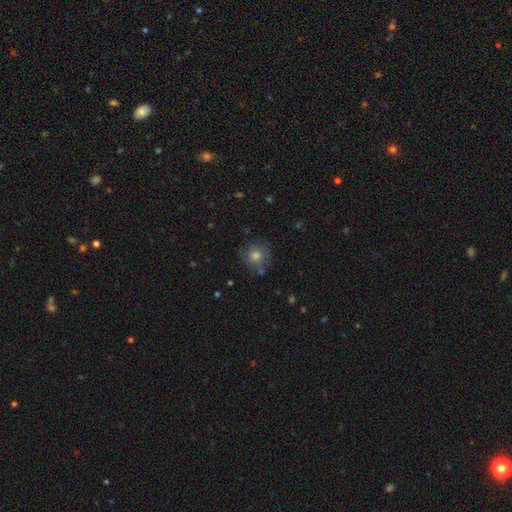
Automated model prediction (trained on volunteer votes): Q: Smooth or featured?
A: smooth (71%); runner-up: star or artifact (16%)
Q: How rounded?
A: round (92%); runner-up: in between (7%)
Q: Merging?
A: none (79%); runner-up: minor disturbance (13%)